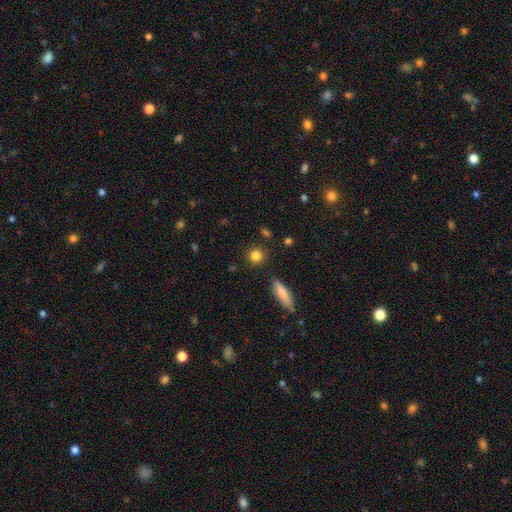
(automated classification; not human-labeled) smooth_or_featured: smooth (p=0.83) [alt: star or artifact p=0.10]
how_rounded: round (p=0.85) [alt: in between p=0.12]
merging: none (p=0.87) [alt: minor disturbance p=0.08]